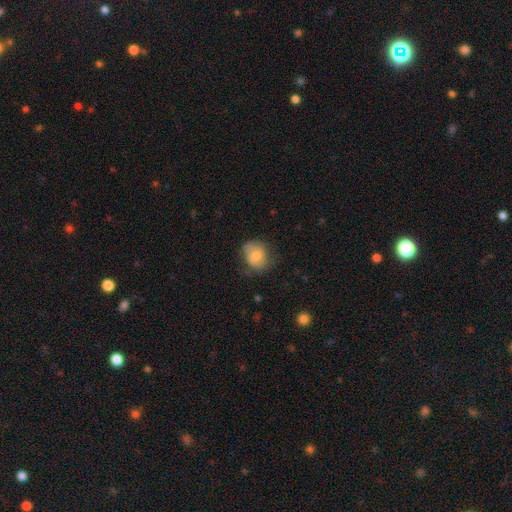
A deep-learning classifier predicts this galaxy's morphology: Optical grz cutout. It shows a smooth galaxy with no disk features (72%) that is round (58%). Merging: none (61%).